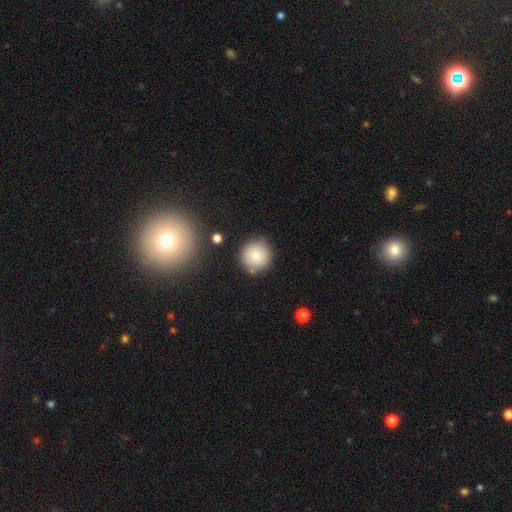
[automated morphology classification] smooth 84%, star or artifact 9%, featured or disk 7%. Down the decision tree: how rounded — round (93%); merging — none (82%).